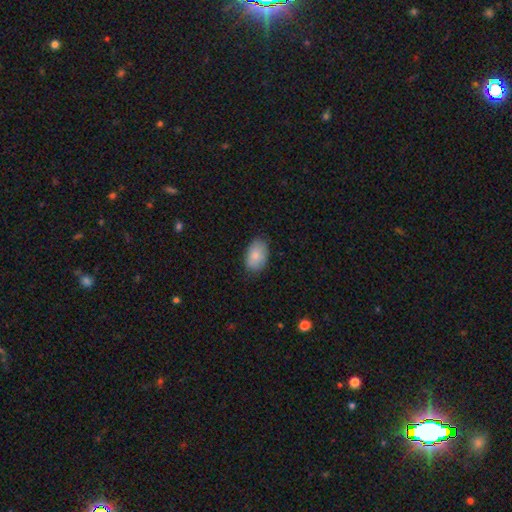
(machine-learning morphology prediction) smooth 84%, featured or disk 9%, star or artifact 7%. Down the decision tree: how rounded — in between (90%); merging — none (80%).